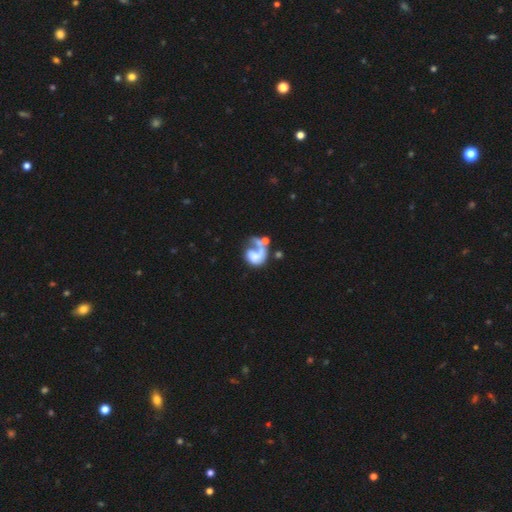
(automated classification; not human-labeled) Overall: featured or disk (61%; smooth 31%). Edge-on disk: no (98%). Bar: no (78%). Spiral arms: yes (66%; no 34%). Bulge size: none (46%; small 20%). Merging: major disturbance (37%; merger 28%).